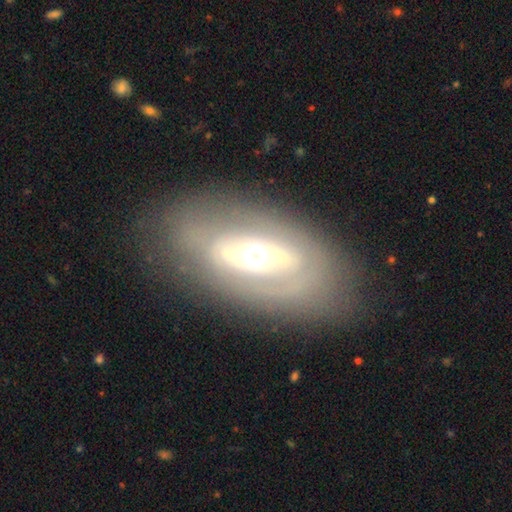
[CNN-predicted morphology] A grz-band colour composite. It shows a featured or disk galaxy (71%) with no bar (53%), no spiral arms (65%) and a moderate central bulge (65%). Merging: none (79%).